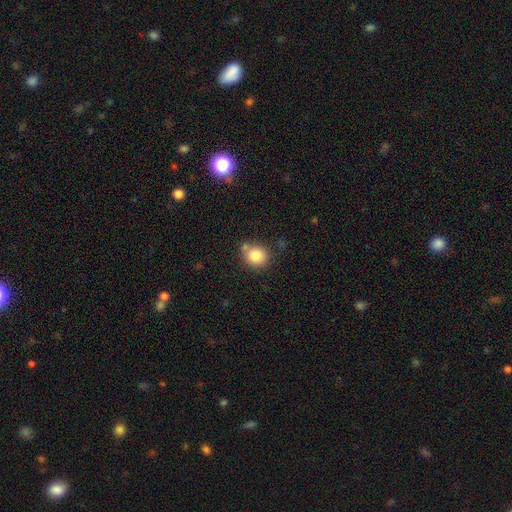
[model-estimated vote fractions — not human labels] Smooth or featured? Predicted: smooth (p=0.82). How rounded? Predicted: round (p=0.78). Merging? Predicted: none (p=0.69).